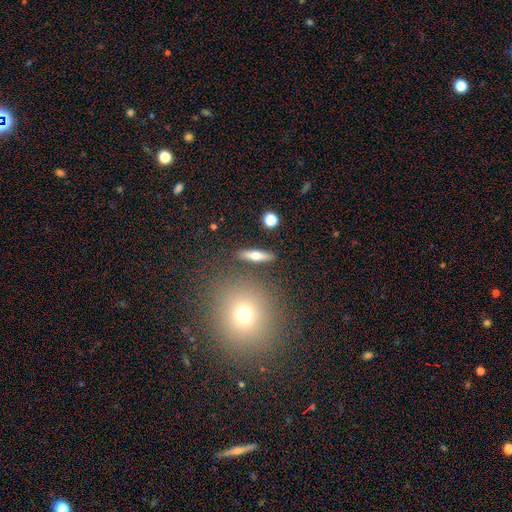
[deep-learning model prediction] A smooth galaxy with no disk features (54%) that is cigar-shaped (66%). Merging: none (87%).